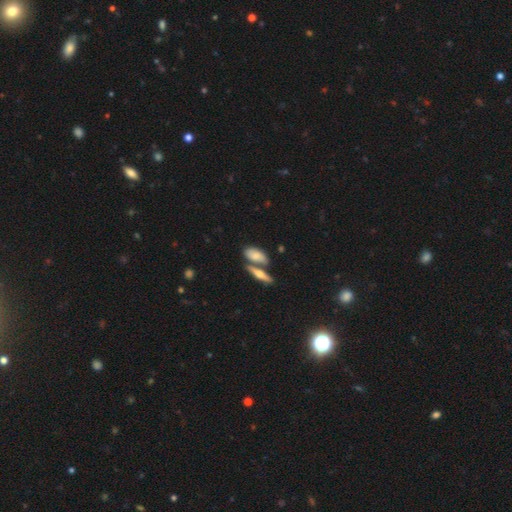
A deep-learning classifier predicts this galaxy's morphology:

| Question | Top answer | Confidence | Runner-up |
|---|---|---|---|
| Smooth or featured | smooth | 67% | featured or disk (26%) |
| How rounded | in between | 79% | cigar-shaped (17%) |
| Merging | none | 49% | merger (34%) |